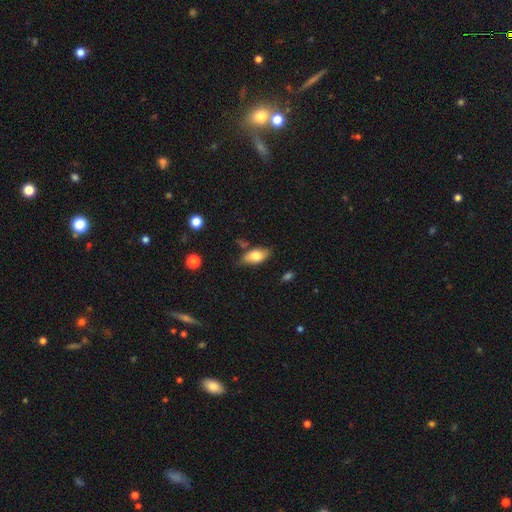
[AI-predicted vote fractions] smooth-or-featured: smooth: 73% | featured or disk: 19% | star or artifact: 7%
  how-rounded: in between: 89% | cigar-shaped: 6% | round: 5%
  merging: none: 71% | minor disturbance: 21% | merger: 4% | major disturbance: 4%